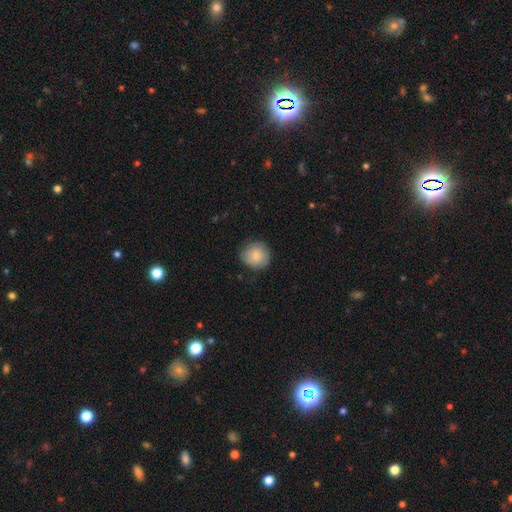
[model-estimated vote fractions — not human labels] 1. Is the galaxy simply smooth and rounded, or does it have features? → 83% smooth, 10% featured or disk, 7% star or artifact.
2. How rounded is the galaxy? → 89% round, 10% in between, 1% cigar-shaped.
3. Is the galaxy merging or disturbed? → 81% none, 15% minor disturbance, 3% major disturbance, 1% merger.